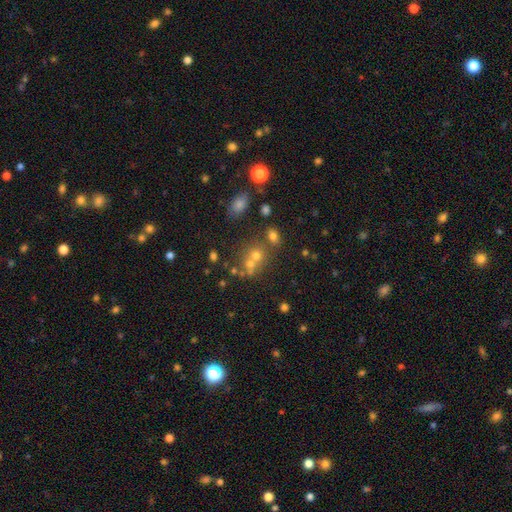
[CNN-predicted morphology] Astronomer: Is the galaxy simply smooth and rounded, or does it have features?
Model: smooth — 45% (runner-up: star or artifact, 36%).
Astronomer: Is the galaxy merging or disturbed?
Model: none — 48% (runner-up: merger, 33%).